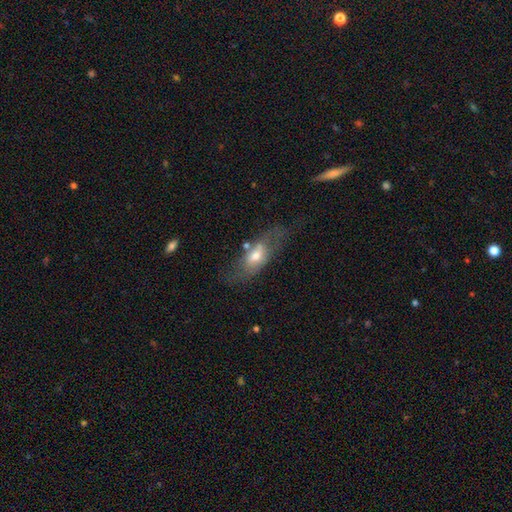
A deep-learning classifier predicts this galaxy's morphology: smooth_or_featured: smooth (p=0.48) [alt: featured or disk p=0.44]
merging: none (p=0.49) [alt: minor disturbance p=0.23]